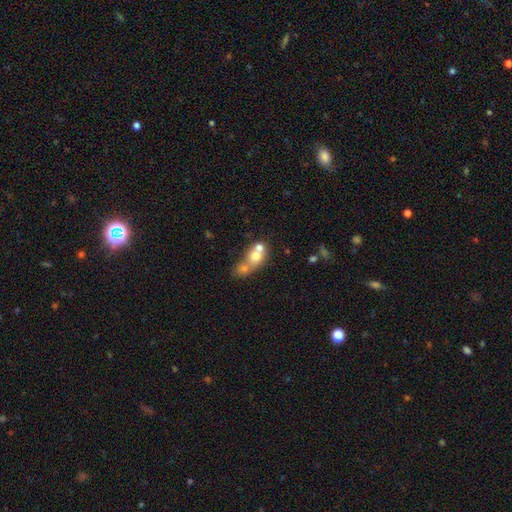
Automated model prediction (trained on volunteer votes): This appears to be a smooth galaxy with no disk features (61%) that is round (62%). Merging: merger (65%).